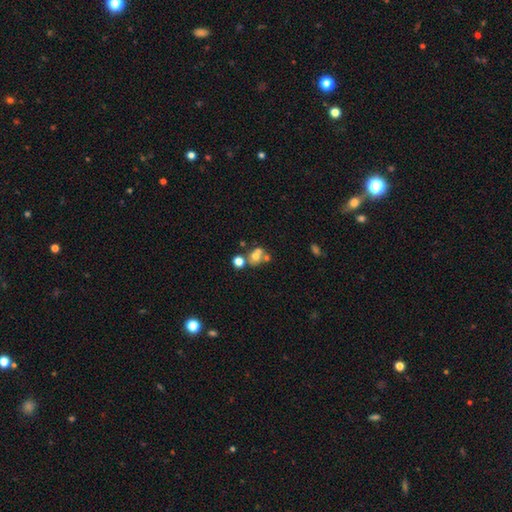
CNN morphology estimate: This appears to be a smooth galaxy with no disk features (60%) that is round (66%). Merging: merger (49%).